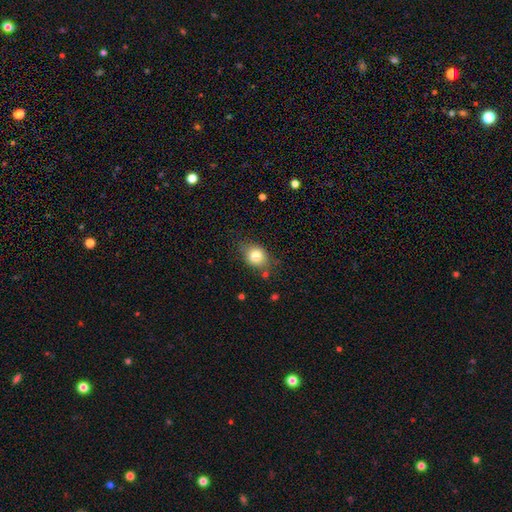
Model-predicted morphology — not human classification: Smooth or featured? Predicted: smooth (p=0.80). How rounded? Predicted: round (p=0.52). Merging? Predicted: none (p=0.70).